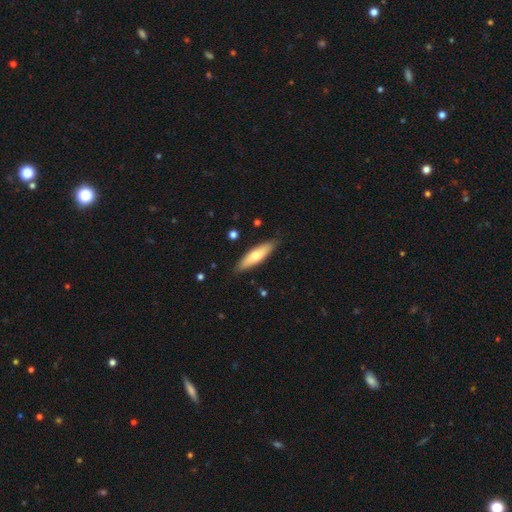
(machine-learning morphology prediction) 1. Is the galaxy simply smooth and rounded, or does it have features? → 65% smooth, 30% featured or disk, 6% star or artifact.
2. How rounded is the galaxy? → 60% cigar-shaped, 39% in between, 2% round.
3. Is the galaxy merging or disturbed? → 86% none, 10% minor disturbance, 2% major disturbance, 1% merger.